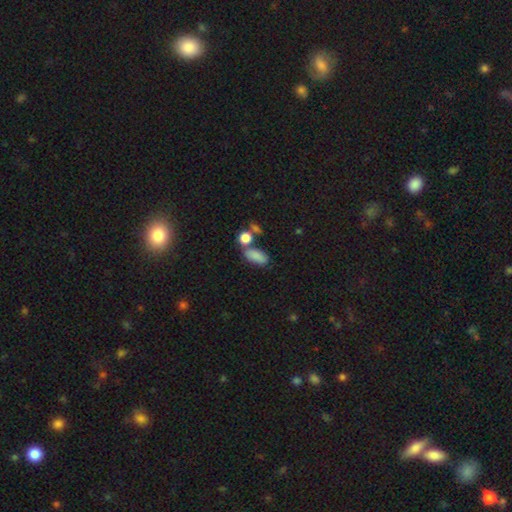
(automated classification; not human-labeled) This is clearly a smooth galaxy (82%). How rounded: clearly in between (85%). Merging: possibly none (54%).